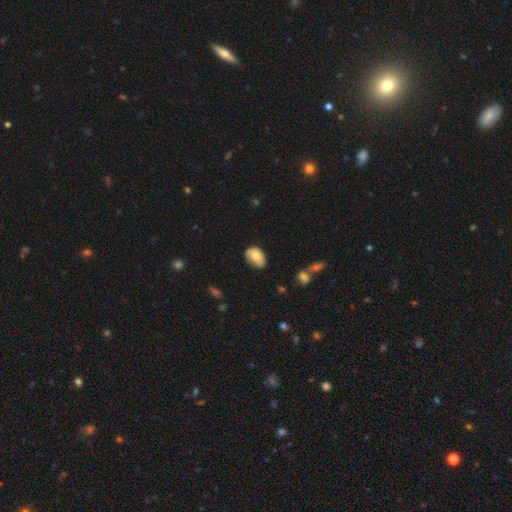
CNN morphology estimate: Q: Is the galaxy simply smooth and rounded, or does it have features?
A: smooth — 72%.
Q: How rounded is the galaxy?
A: in between — 87%.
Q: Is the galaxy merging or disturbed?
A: none — 59%.